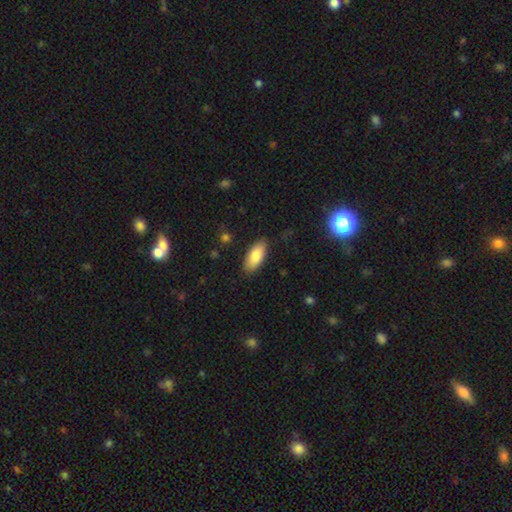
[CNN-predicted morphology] smooth_or_featured: smooth (p=0.83) [alt: featured or disk p=0.10]
how_rounded: in between (p=0.87) [alt: cigar-shaped p=0.11]
merging: none (p=0.84) [alt: minor disturbance p=0.12]